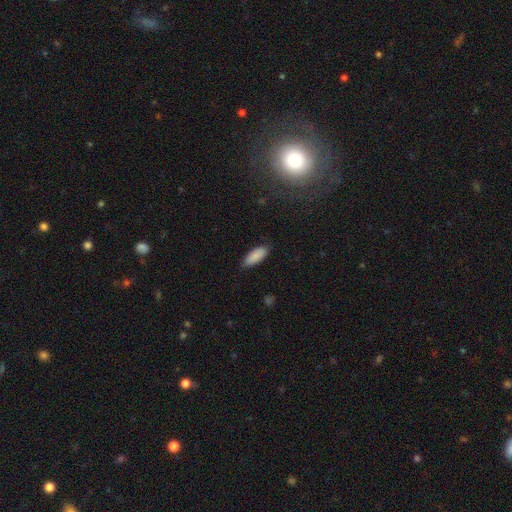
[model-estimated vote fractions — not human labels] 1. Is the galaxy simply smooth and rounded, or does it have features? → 88% smooth, 6% star or artifact, 5% featured or disk.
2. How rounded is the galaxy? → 72% in between, 27% cigar-shaped, 2% round.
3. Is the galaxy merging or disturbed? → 81% none, 15% minor disturbance, 3% major disturbance, 1% merger.